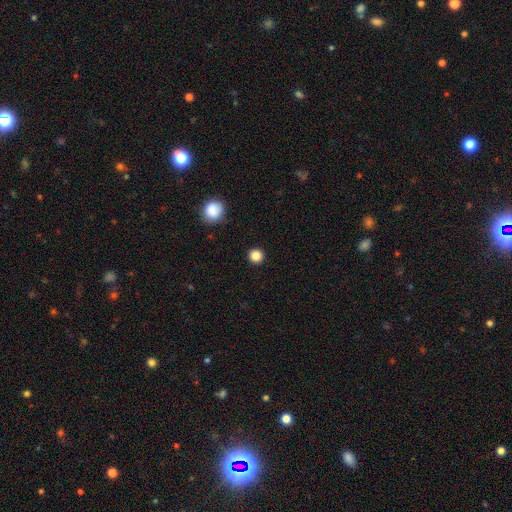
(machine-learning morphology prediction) This is clearly a smooth galaxy (85%). How rounded: clearly round (95%). Merging: clearly none (93%).